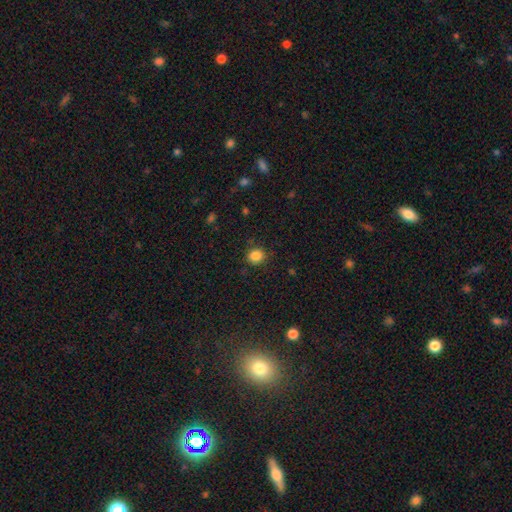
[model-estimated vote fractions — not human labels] This appears to be a smooth galaxy with no disk features (85%) that is round (84%). Merging: none (86%).